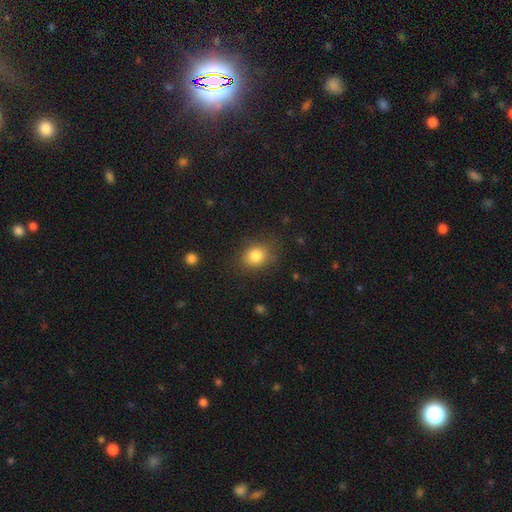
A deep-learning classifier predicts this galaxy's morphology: Q: Smooth or featured?
A: smooth (83%); runner-up: star or artifact (10%)
Q: How rounded?
A: round (58%); runner-up: in between (41%)
Q: Merging?
A: none (80%); runner-up: minor disturbance (14%)